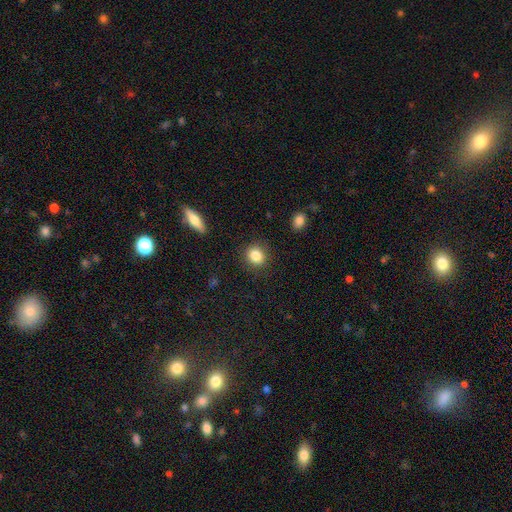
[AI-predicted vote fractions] The model was most divided on "how rounded": round: 77%, in between: 22%, cigar-shaped: 1%. More confident: merging — none (87%); smooth or featured — smooth (85%).